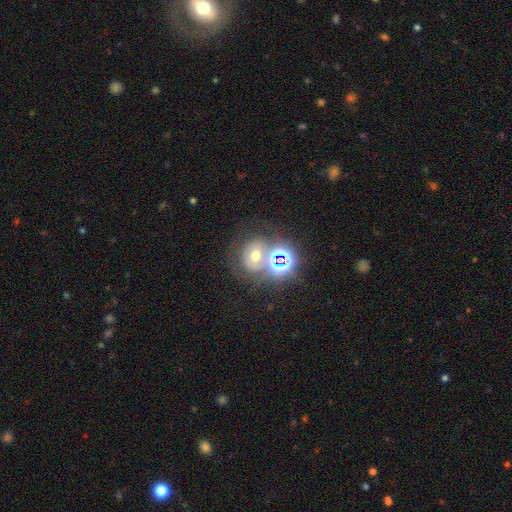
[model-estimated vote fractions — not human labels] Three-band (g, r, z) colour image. It shows a star or artifact, not a galaxy (37%).